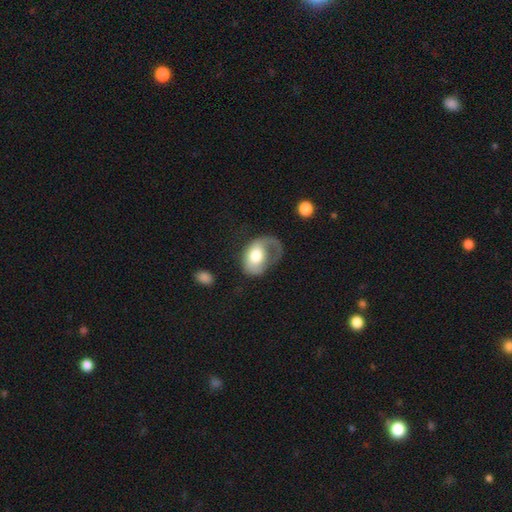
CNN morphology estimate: Overall: smooth (51%; featured or disk 42%). How rounded: in between (73%). Merging: major disturbance (53%; none 22%).